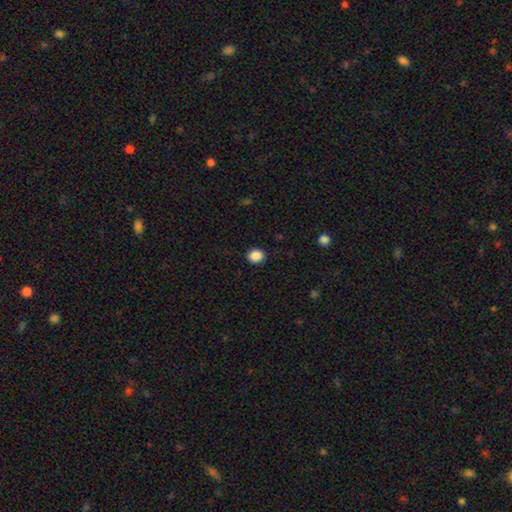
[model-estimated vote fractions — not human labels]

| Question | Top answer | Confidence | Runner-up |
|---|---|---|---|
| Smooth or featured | smooth | 88% | star or artifact (9%) |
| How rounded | round | 71% | in between (28%) |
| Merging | none | 91% | minor disturbance (6%) |